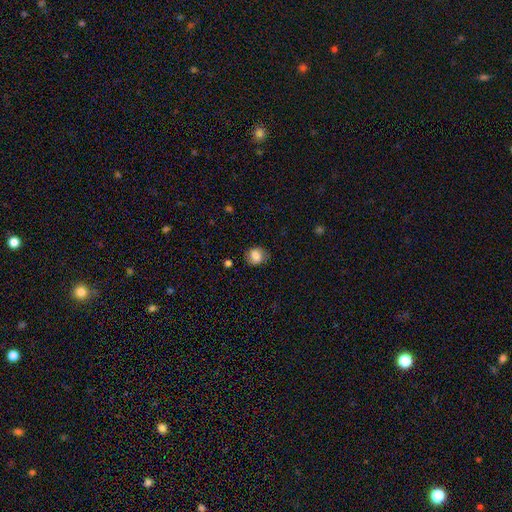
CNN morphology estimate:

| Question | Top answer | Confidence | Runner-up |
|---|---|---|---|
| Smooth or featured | smooth | 80% | featured or disk (11%) |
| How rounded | round | 55% | in between (44%) |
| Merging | none | 73% | minor disturbance (19%) |